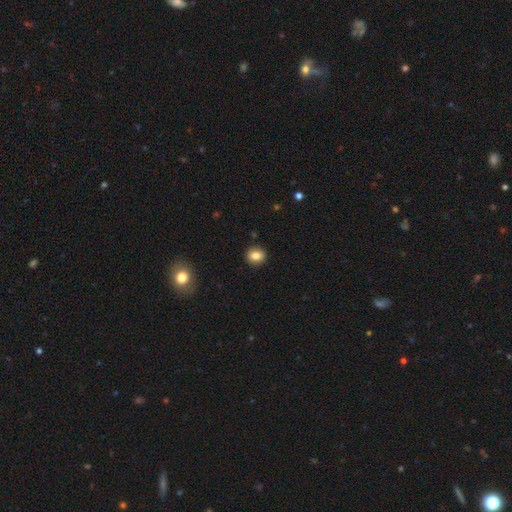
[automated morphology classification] This is clearly a smooth galaxy (82%). How rounded: likely round (70%). Merging: clearly none (89%).